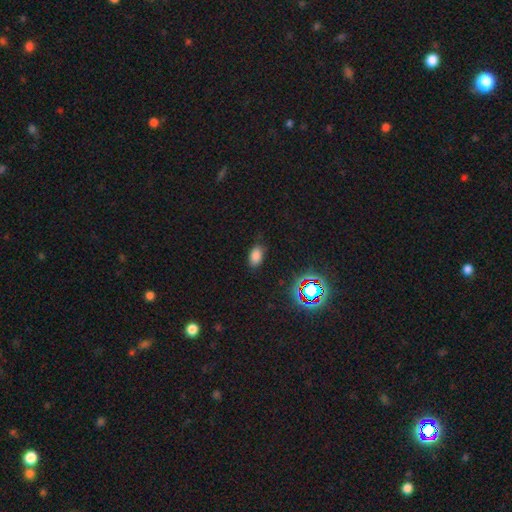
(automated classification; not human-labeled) Overall: smooth (78%). How rounded: in between (90%). Merging: none (82%).